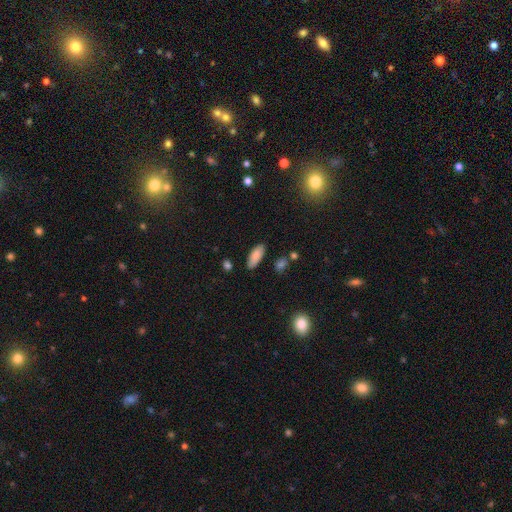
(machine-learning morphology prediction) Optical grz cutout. It shows a smooth galaxy with no disk features (86%) that is in between round and cigar-shaped (74%). Merging: none (84%).